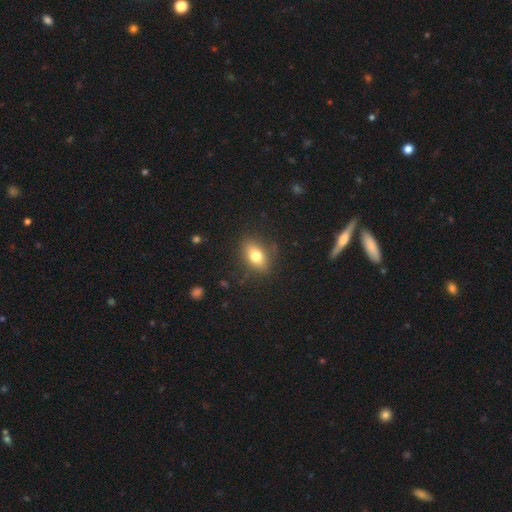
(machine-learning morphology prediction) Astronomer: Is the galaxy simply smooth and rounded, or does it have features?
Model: smooth — 75%.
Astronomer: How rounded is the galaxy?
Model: in between — 79%.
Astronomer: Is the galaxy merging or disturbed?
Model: none — 82%.